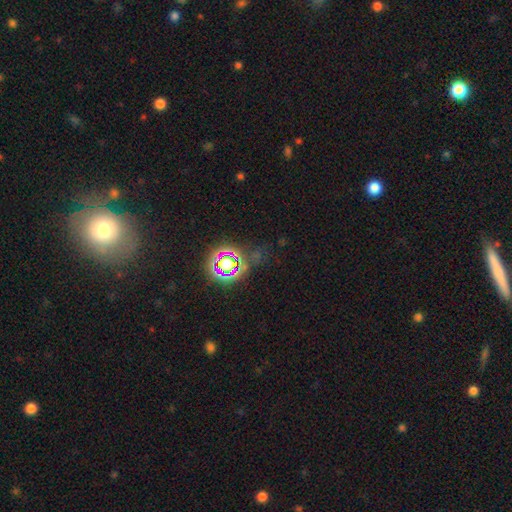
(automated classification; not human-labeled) This appears to be a star or artifact, not a galaxy (71%).